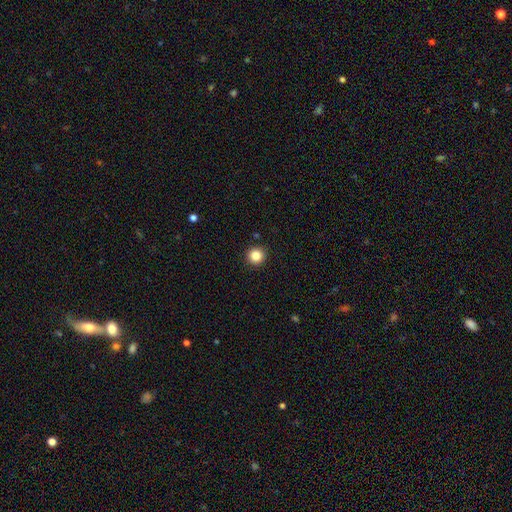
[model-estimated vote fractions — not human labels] A smooth galaxy with no disk features (85%) that is round (95%). Merging: none (92%).